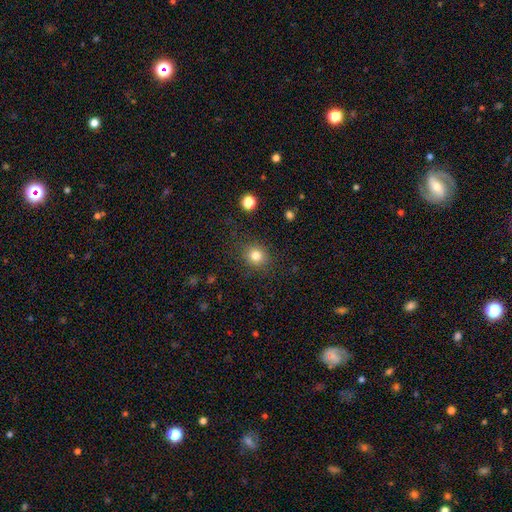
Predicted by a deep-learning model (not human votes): A smooth galaxy with no disk features (81%) that is round (81%). Merging: none (86%).